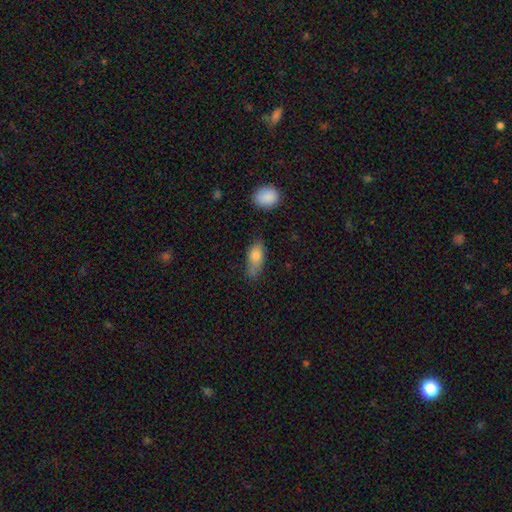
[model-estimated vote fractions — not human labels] Morphology: type=smooth (78%); roundness=in between (80%); merging=none (51%).